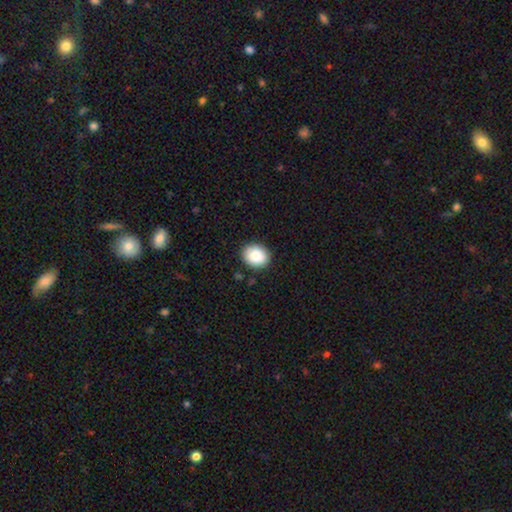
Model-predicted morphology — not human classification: smooth_or_featured: smooth (p=0.87) [alt: star or artifact p=0.07]
how_rounded: round (p=0.57) [alt: in between p=0.42]
merging: none (p=0.89) [alt: minor disturbance p=0.08]